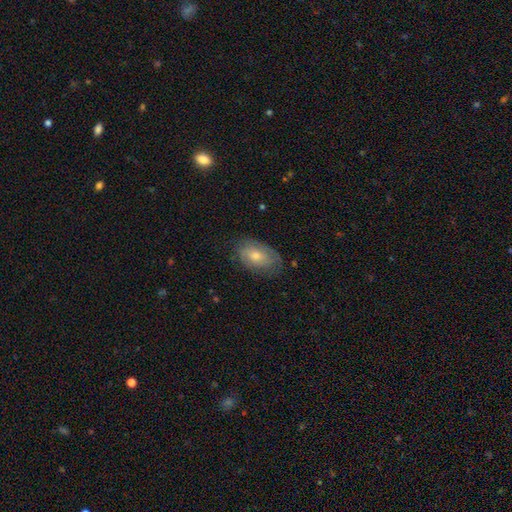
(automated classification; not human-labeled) Smooth or featured? featured or disk (46%)
Merging? none (72%)